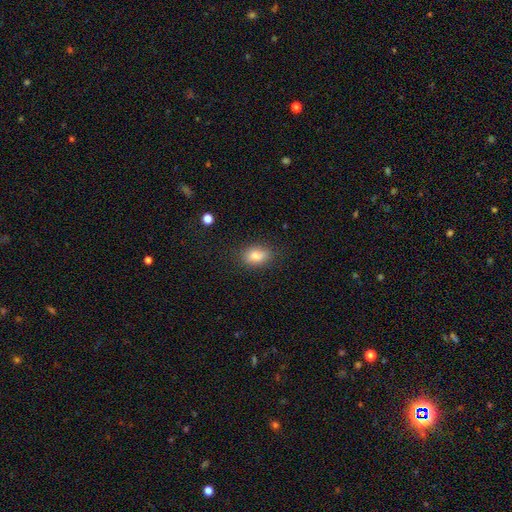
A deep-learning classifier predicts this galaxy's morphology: smooth 79%, featured or disk 11%, star or artifact 10%. Down the decision tree: how rounded — in between (74%); merging — none (79%).